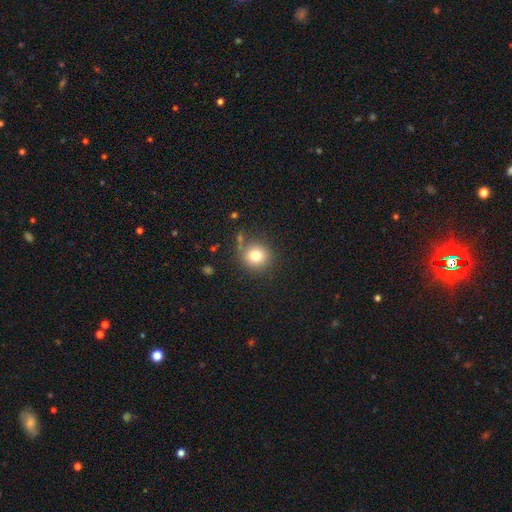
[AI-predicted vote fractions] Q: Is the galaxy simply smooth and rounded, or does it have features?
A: smooth — 79%.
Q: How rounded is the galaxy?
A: round — 90%.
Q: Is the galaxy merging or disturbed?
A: none — 79%.